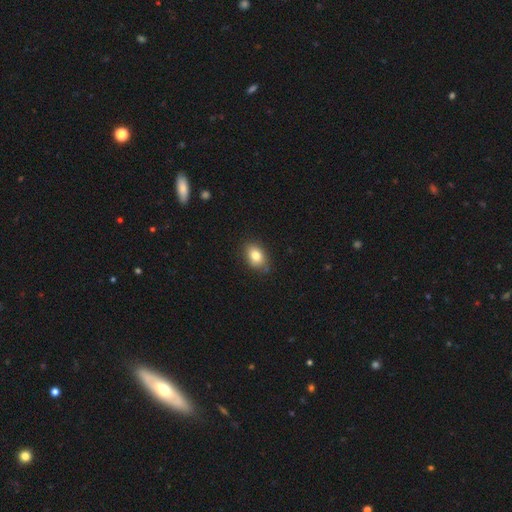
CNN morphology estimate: Smooth or featured: smooth — 82% (featured or disk — 10%)
How rounded: in between — 80% (round — 19%)
Merging: none — 82% (minor disturbance — 14%)